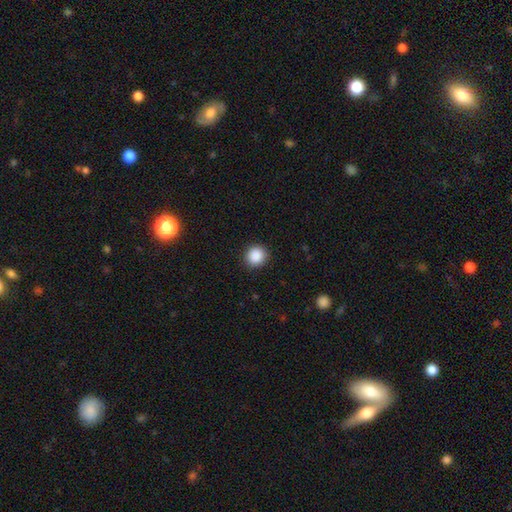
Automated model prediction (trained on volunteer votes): Smooth or featured? smooth (88%)
How rounded? round (91%)
Merging? none (91%)